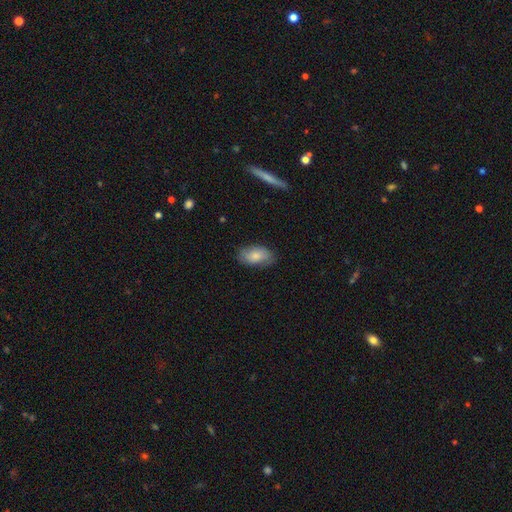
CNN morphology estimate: This appears to be a smooth galaxy with no disk features (78%) that is in between round and cigar-shaped (93%). Merging: none (77%).